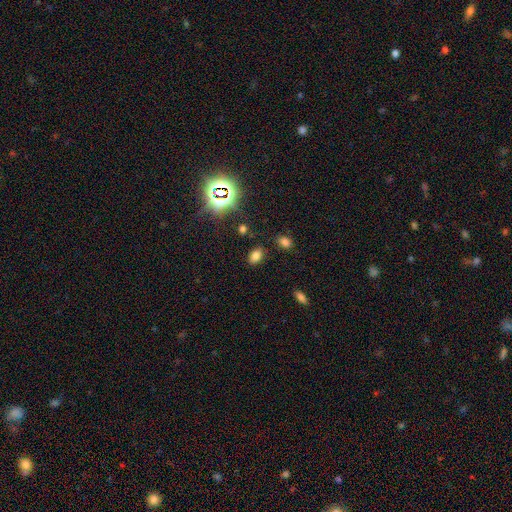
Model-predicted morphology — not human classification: Overall: smooth (74%). How rounded: in between (86%). Merging: none (85%).